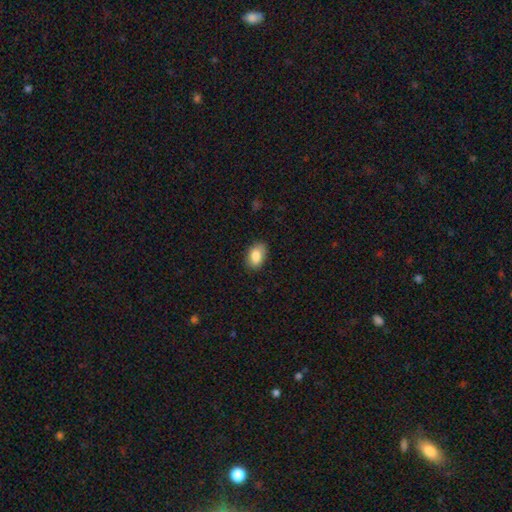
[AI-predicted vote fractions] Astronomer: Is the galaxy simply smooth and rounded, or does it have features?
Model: smooth — 84%.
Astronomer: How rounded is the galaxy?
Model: in between — 88%.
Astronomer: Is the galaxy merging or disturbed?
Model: none — 85%.